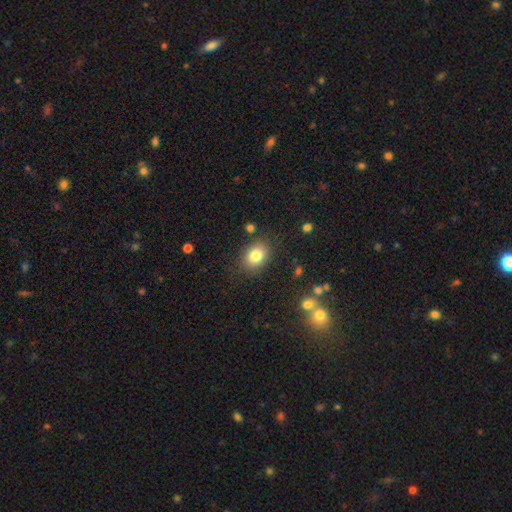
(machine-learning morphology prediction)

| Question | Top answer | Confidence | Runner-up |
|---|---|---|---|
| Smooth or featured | smooth | 82% | star or artifact (10%) |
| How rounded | in between | 63% | round (36%) |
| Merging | none | 83% | minor disturbance (11%) |